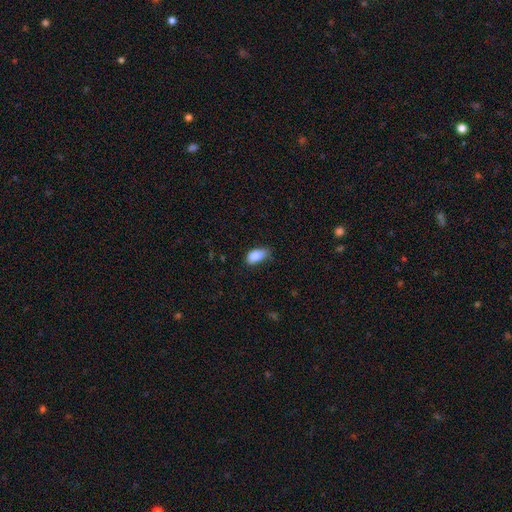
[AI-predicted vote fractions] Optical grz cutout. It shows a smooth galaxy with no disk features (87%) that is in between round and cigar-shaped (91%). Merging: none (63%).